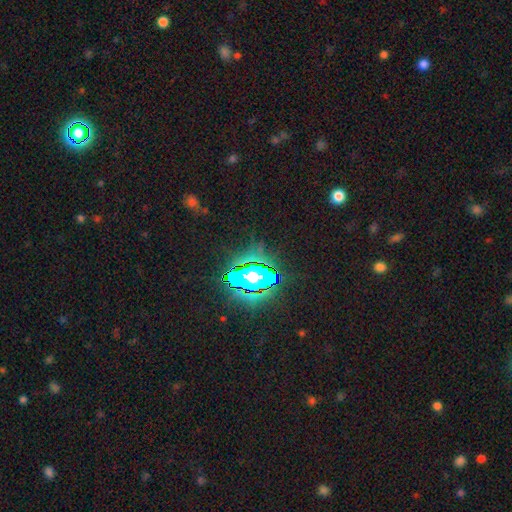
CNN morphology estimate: Smooth or featured: star or artifact — 74% (smooth — 15%)